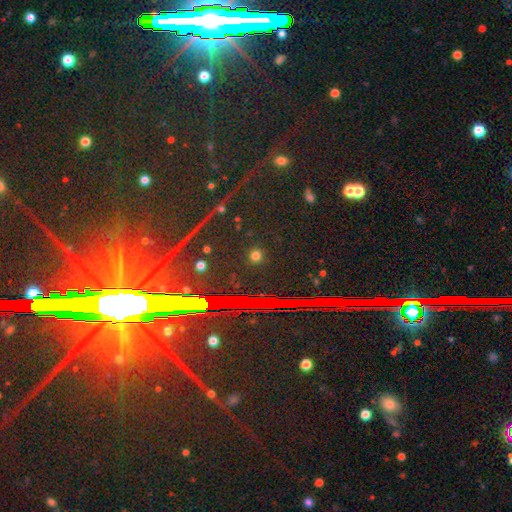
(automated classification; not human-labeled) This is likely a smooth galaxy (67%). How rounded: clearly round (88%). Merging: clearly none (91%).